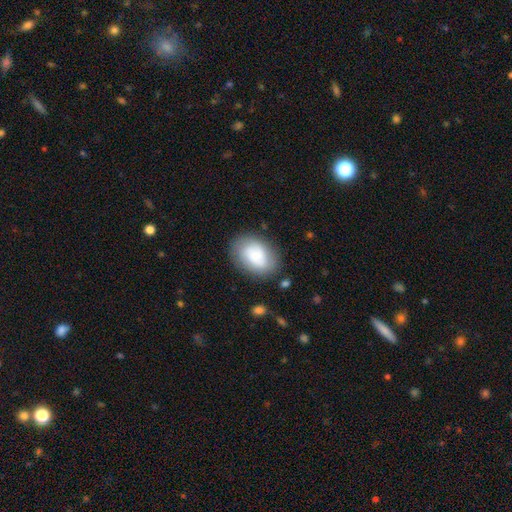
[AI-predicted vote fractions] Morphology: type=smooth (68%); roundness=in between (76%); merging=none (77%).